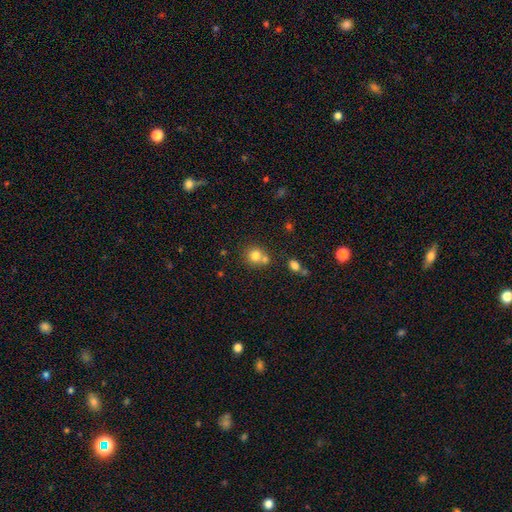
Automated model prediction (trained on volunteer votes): The model was most divided on "merging": none: 51%, merger: 39%, minor disturbance: 8%, major disturbance: 3%. More confident: how rounded — round (85%); smooth or featured — smooth (78%).